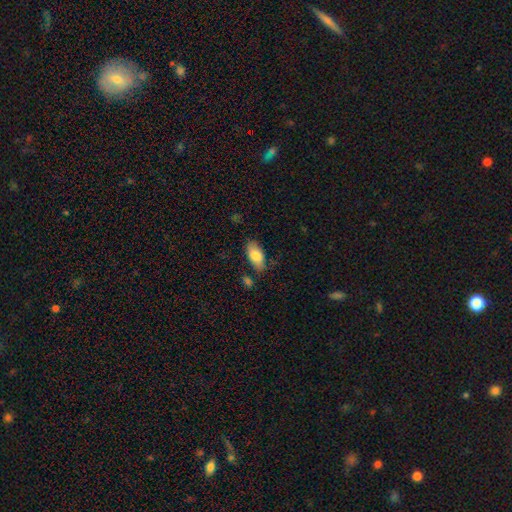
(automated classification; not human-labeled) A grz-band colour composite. It shows a smooth galaxy with no disk features (83%) that is in between round and cigar-shaped (92%). Merging: none (76%).